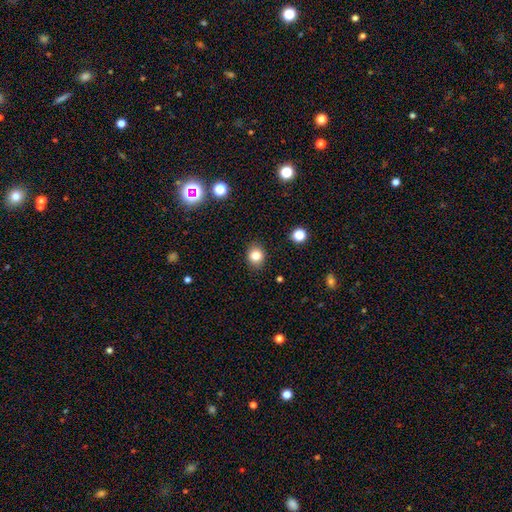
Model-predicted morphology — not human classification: Q: Smooth or featured?
A: smooth (82%); runner-up: star or artifact (11%)
Q: How rounded?
A: round (64%); runner-up: in between (35%)
Q: Merging?
A: none (88%); runner-up: minor disturbance (9%)